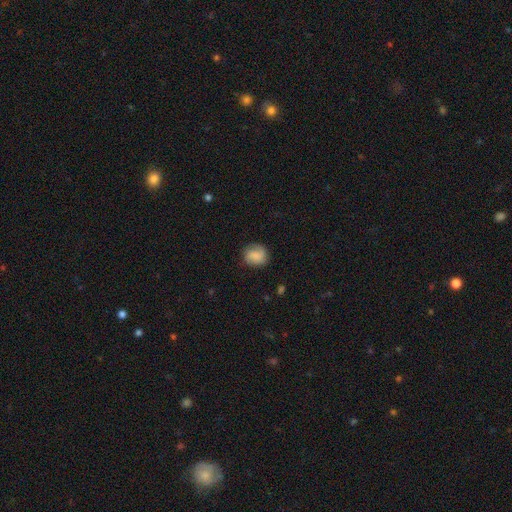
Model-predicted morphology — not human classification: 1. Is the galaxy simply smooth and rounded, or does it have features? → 76% smooth, 16% featured or disk, 8% star or artifact.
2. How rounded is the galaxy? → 72% round, 27% in between, 1% cigar-shaped.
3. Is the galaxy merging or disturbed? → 73% none, 19% minor disturbance, 7% major disturbance, 1% merger.